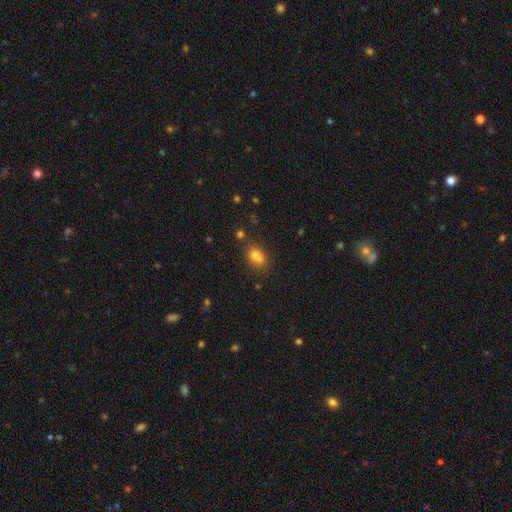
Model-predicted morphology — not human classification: Smooth or featured? smooth (70%)
How rounded? round (49%, tied with in between)
Merging? merger (47%)